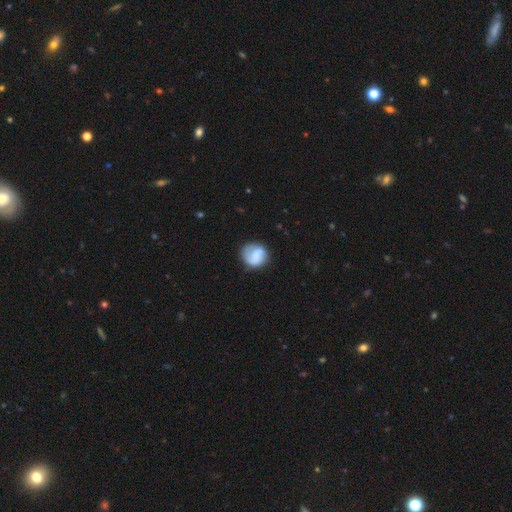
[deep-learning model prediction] Q: Smooth or featured?
A: smooth (63%); runner-up: featured or disk (30%)
Q: How rounded?
A: round (83%); runner-up: in between (16%)
Q: Merging?
A: none (68%); runner-up: minor disturbance (20%)